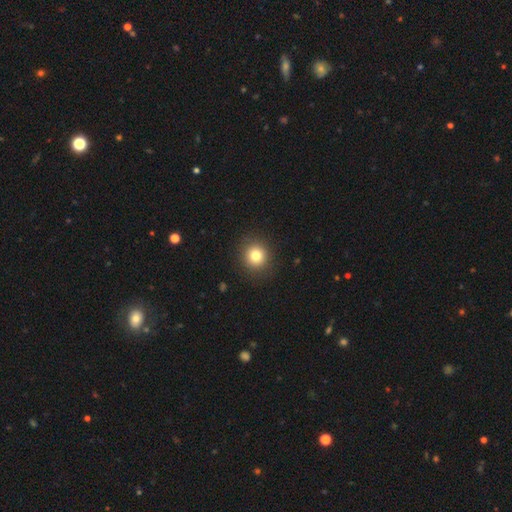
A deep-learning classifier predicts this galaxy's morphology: smooth 80%, star or artifact 11%, featured or disk 8%. Down the decision tree: how rounded — round (90%); merging — none (90%).